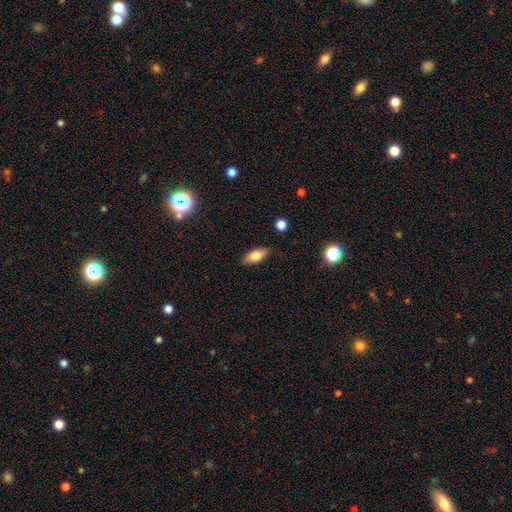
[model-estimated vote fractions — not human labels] A smooth galaxy with no disk features (75%) that is in between round and cigar-shaped (80%).

Vote fractions:
- Smooth or featured? smooth: 75% / featured or disk: 17% / star or artifact: 8%
- How rounded? in between: 80% / cigar-shaped: 16% / round: 4%
- Merging? none: 84% / minor disturbance: 12% / major disturbance: 2% / merger: 1%